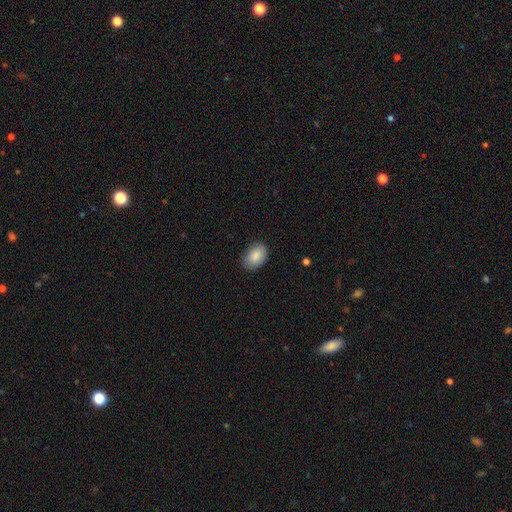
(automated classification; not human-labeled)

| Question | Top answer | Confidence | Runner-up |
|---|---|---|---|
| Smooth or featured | smooth | 87% | star or artifact (7%) |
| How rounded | in between | 87% | round (12%) |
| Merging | none | 87% | minor disturbance (10%) |